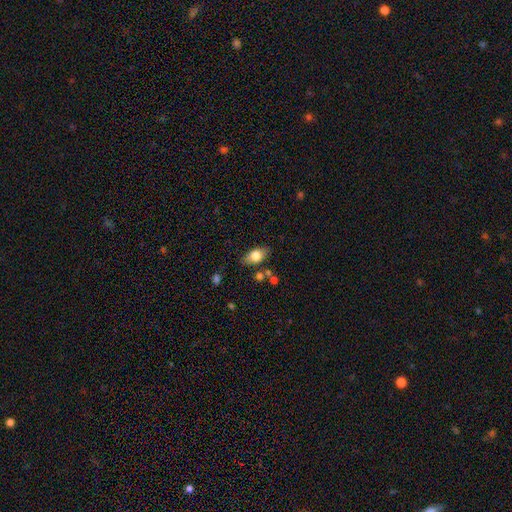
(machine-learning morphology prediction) type=smooth (75%); roundness=in between (87%); merging=none (78%).